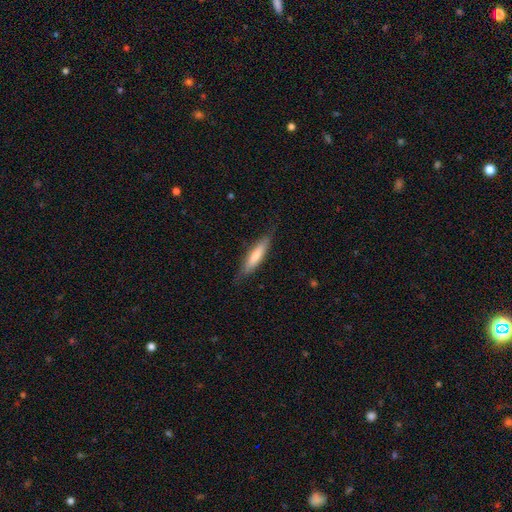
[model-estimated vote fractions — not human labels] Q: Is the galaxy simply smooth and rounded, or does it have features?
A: smooth — 66%.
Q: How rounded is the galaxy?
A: cigar-shaped — 79%.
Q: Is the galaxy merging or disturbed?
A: none — 80%.